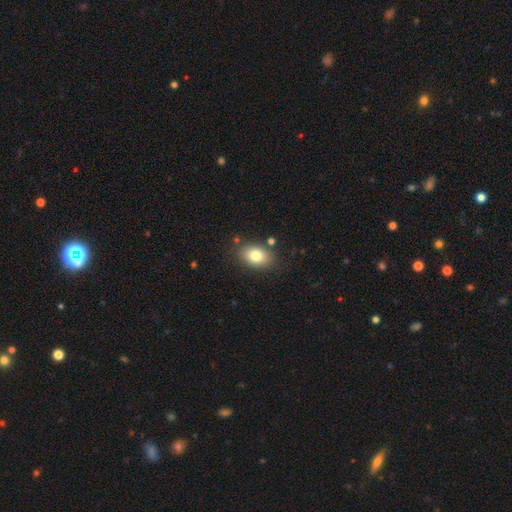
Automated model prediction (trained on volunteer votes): The model was most divided on "how rounded": in between: 82%, round: 17%, cigar-shaped: 1%. More confident: merging — none (81%); smooth or featured — smooth (80%).